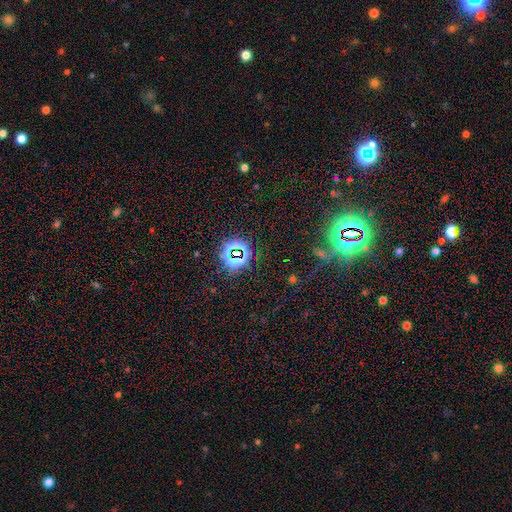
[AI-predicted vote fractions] star or artifact 84%, smooth 9%, featured or disk 7%.